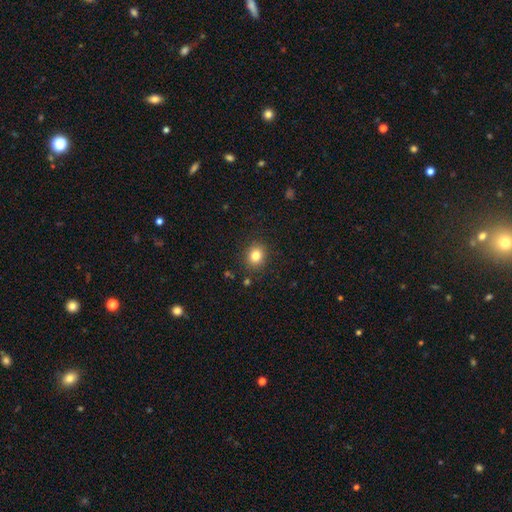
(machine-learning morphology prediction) smooth_or_featured: smooth (p=0.82) [alt: star or artifact p=0.12]
how_rounded: round (p=0.74) [alt: in between p=0.25]
merging: none (p=0.88) [alt: minor disturbance p=0.08]